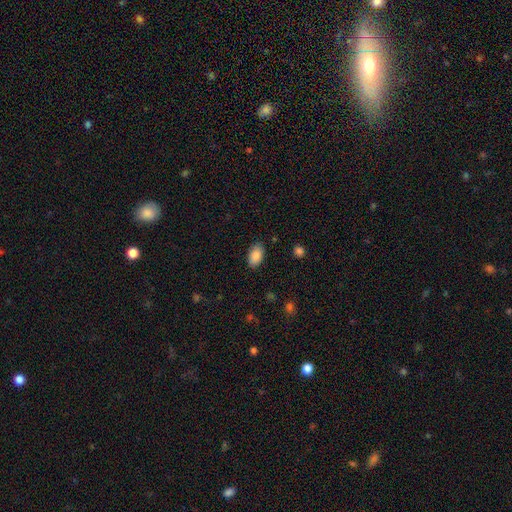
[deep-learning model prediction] Q: Smooth or featured?
A: smooth (87%); runner-up: star or artifact (7%)
Q: How rounded?
A: in between (94%); runner-up: round (5%)
Q: Merging?
A: none (87%); runner-up: minor disturbance (10%)